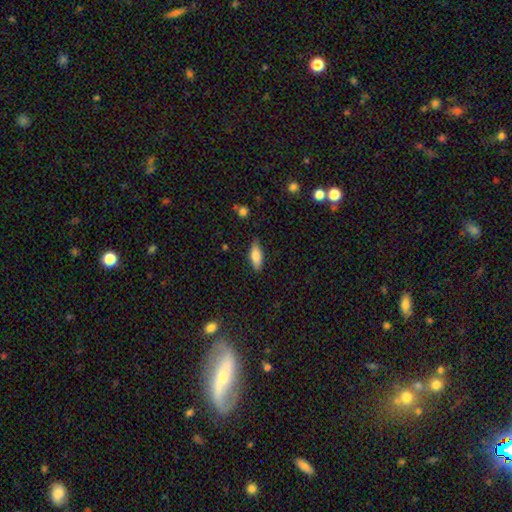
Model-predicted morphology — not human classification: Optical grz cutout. It shows a smooth galaxy with no disk features (79%) that is in between round and cigar-shaped (68%). Merging: none (82%).